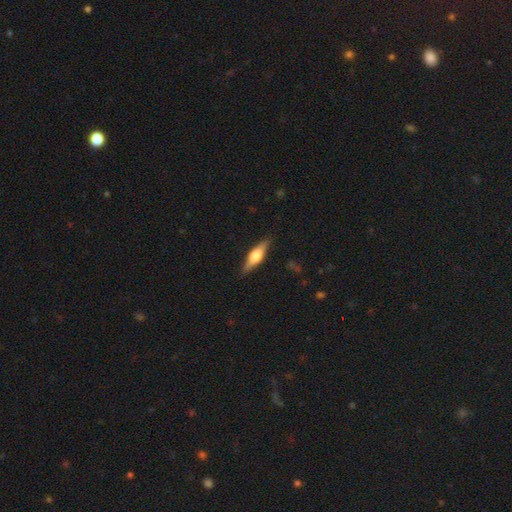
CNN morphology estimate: smooth-or-featured: featured or disk: 56% | smooth: 38% | star or artifact: 6%
  disk-edge-on: yes: 95% | no: 5%
    edge-on-bulge: rounded: 88% | boxy: 10% | none: 2%
  merging: none: 87% | minor disturbance: 10% | major disturbance: 2% | merger: 1%